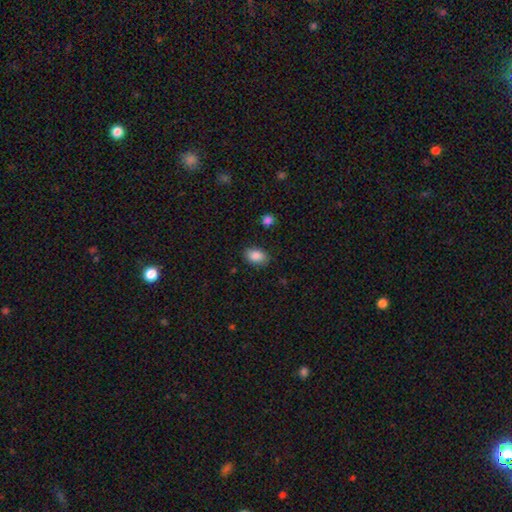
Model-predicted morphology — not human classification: The model was most divided on "how rounded": in between: 85%, round: 14%, cigar-shaped: 1%. More confident: smooth or featured — smooth (88%); merging — none (84%).